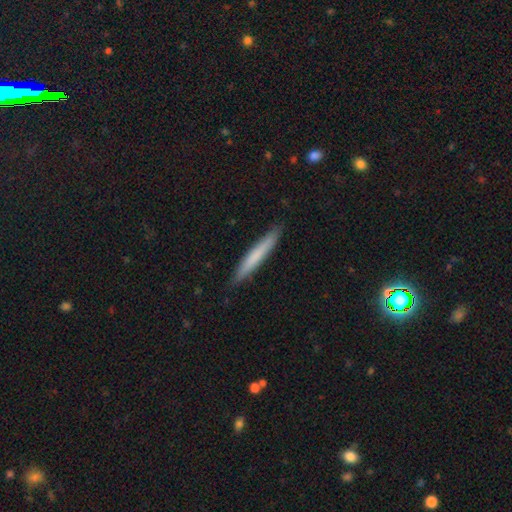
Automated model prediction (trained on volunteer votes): Smooth or featured?
  - smooth: 70% *
  - featured or disk: 25%
  - star or artifact: 5%
How rounded?
  - cigar-shaped: 96% *
  - in between: 3%
  - round: 1%
Merging?
  - none: 89% *
  - minor disturbance: 8%
  - major disturbance: 1%
  - merger: 1%